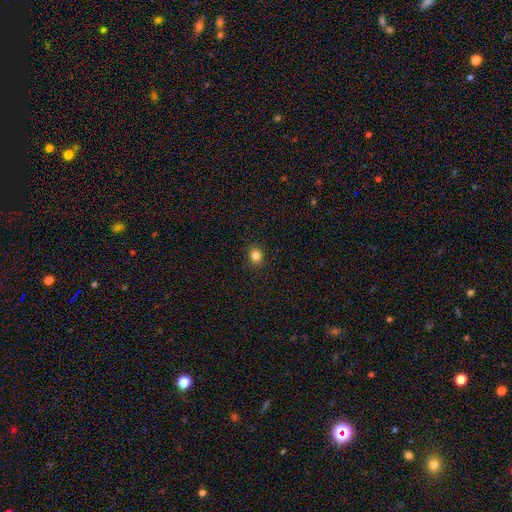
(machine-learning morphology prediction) Q: Smooth or featured?
A: smooth (84%); runner-up: star or artifact (12%)
Q: How rounded?
A: round (82%); runner-up: in between (17%)
Q: Merging?
A: none (91%); runner-up: minor disturbance (6%)